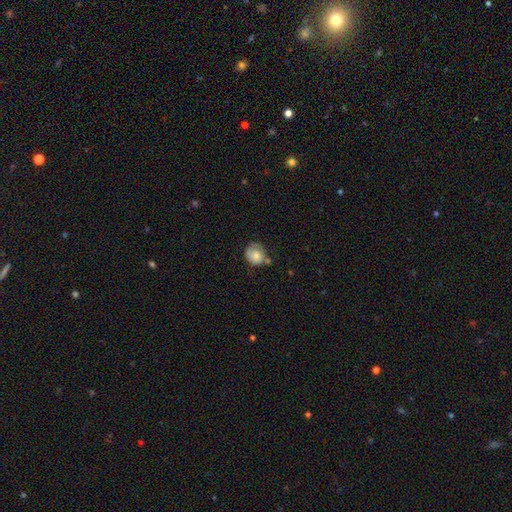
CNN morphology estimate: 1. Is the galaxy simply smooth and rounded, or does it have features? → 78% smooth, 13% featured or disk, 8% star or artifact.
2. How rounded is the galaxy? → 70% round, 29% in between, 1% cigar-shaped.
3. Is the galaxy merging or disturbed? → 47% none, 32% minor disturbance, 11% merger, 10% major disturbance.